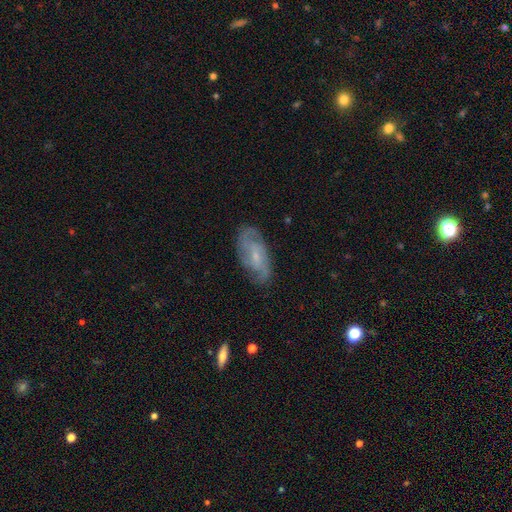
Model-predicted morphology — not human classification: This appears to be a featured or disk galaxy (73%) with no bar (49%), 2 (47%) medium (43%) spiral arms (89%) and a small central bulge (72%). Merging: none (73%).